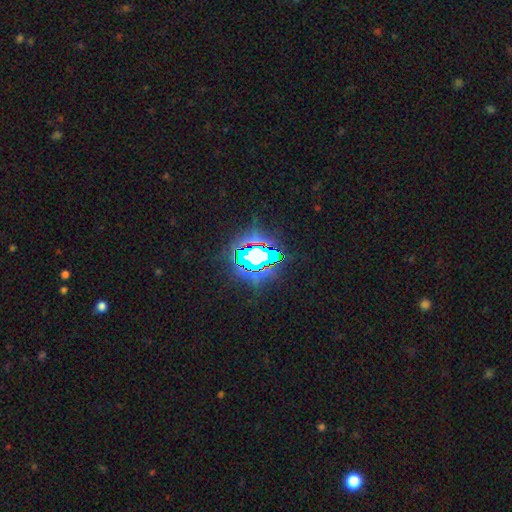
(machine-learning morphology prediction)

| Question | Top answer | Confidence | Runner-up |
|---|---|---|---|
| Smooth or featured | star or artifact | 71% | smooth (15%) |